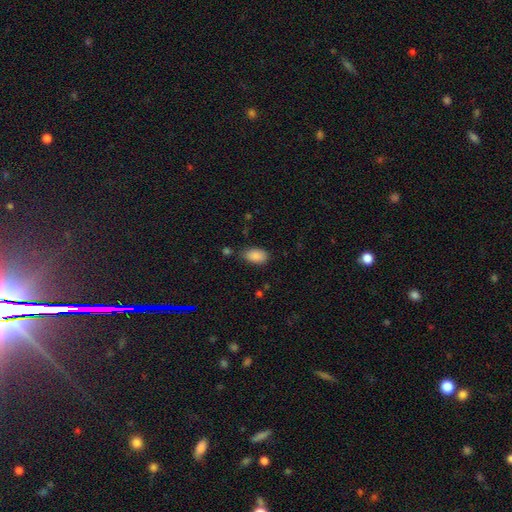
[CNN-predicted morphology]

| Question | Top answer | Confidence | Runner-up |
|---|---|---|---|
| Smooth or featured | smooth | 87% | star or artifact (8%) |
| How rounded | in between | 92% | round (6%) |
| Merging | none | 74% | minor disturbance (18%) |